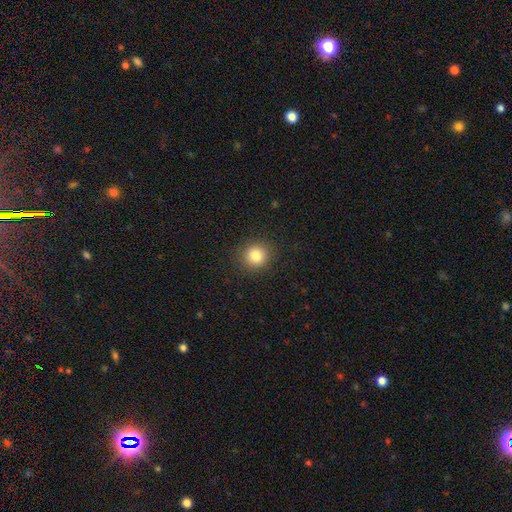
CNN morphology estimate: smooth_or_featured: smooth (p=0.82) [alt: star or artifact p=0.12]
how_rounded: round (p=0.91) [alt: in between p=0.08]
merging: none (p=0.90) [alt: minor disturbance p=0.06]